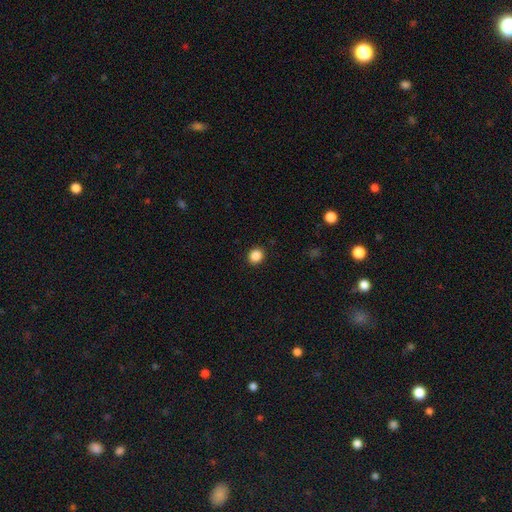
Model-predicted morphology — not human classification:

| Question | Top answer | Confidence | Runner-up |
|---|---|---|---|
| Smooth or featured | smooth | 87% | star or artifact (10%) |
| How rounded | round | 84% | in between (15%) |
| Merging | none | 92% | minor disturbance (5%) |